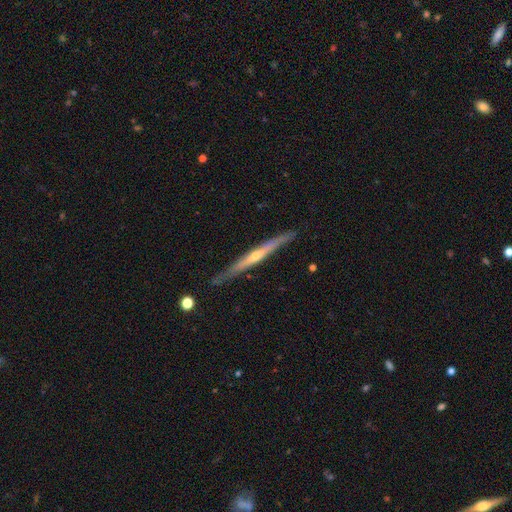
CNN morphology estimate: A featured or disk galaxy (72%) viewed edge-on (96%) with a rounded central bulge (63%).

Vote fractions:
- Smooth or featured? featured or disk: 72% / smooth: 23% / star or artifact: 5%
- Edge-on disk? yes: 96% / no: 4%
- Edge-on bulge? rounded: 63% / none: 33% / boxy: 4%
- Merging? none: 84% / minor disturbance: 12% / major disturbance: 2% / merger: 2%